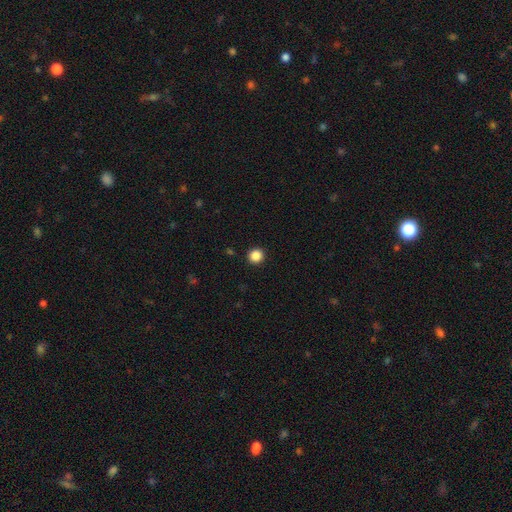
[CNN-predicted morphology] type=smooth (87%); roundness=round (93%); merging=none (93%).